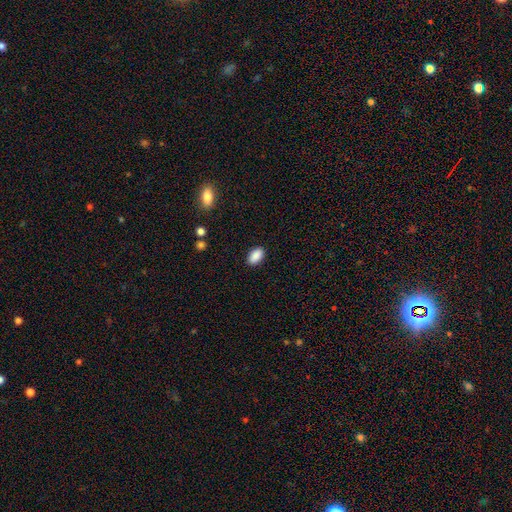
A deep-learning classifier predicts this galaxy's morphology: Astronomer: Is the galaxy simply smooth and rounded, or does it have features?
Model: smooth — 89%.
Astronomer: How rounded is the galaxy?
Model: in between — 93%.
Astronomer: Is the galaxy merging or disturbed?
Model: none — 88%.